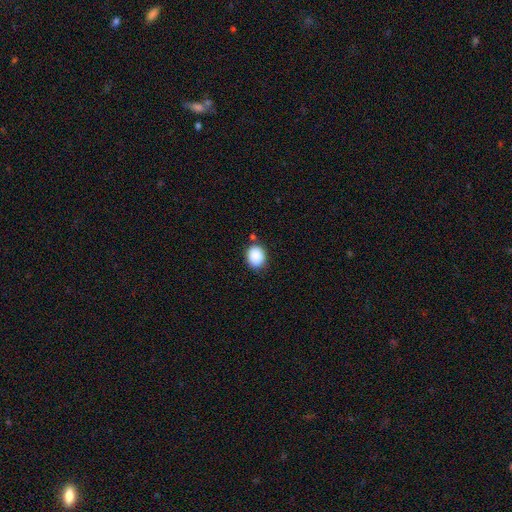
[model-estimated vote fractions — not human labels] smooth_or_featured: smooth (p=0.89) [alt: star or artifact p=0.08]
how_rounded: round (p=0.54) [alt: in between p=0.45]
merging: none (p=0.81) [alt: minor disturbance p=0.12]